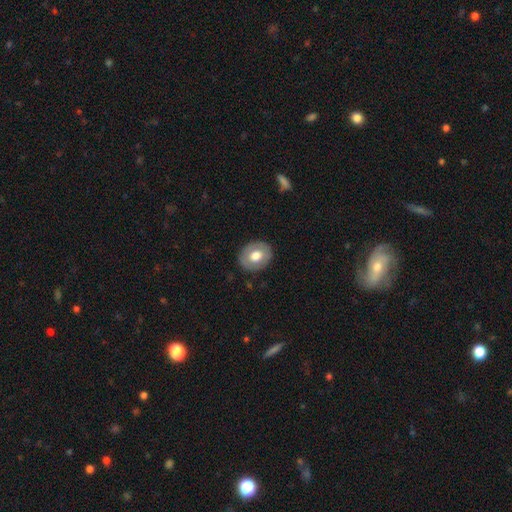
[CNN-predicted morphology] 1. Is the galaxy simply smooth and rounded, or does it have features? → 64% smooth, 30% featured or disk, 7% star or artifact.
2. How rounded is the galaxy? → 58% round, 41% in between, 1% cigar-shaped.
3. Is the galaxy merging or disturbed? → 87% none, 10% minor disturbance, 3% major disturbance, 1% merger.